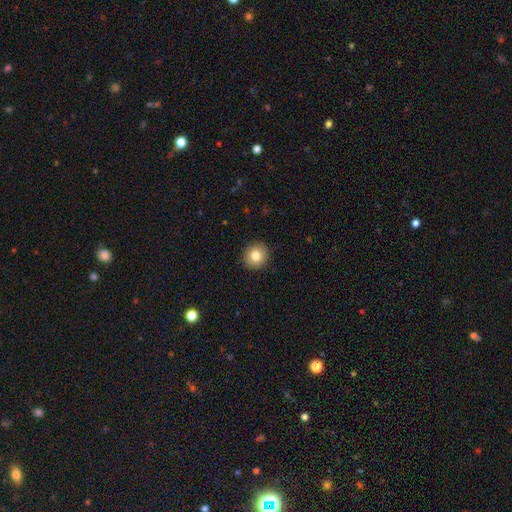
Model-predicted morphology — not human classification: Overall: smooth (80%). How rounded: round (90%). Merging: none (92%).